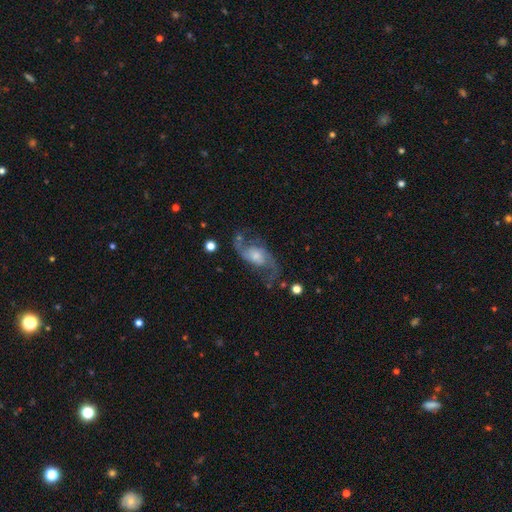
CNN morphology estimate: This appears to be a featured or disk galaxy (85%) with no bar (59%), 2 (92%) loose (62%) spiral arms (96%) and a small central bulge (40%). Merging: none (66%).